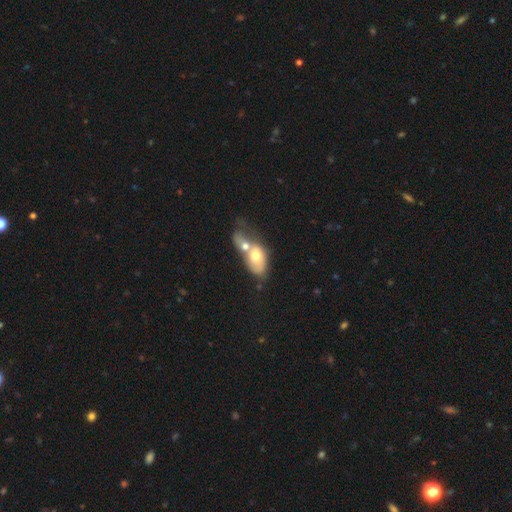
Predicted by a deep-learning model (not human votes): A smooth galaxy with no disk features (61%) that is in between round and cigar-shaped (85%). Merging: merger (76%).